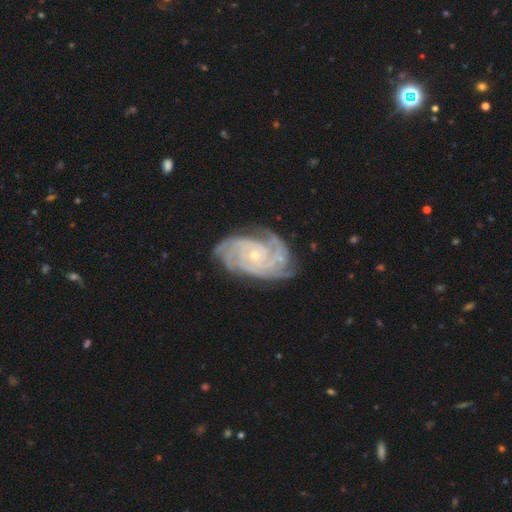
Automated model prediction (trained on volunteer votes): Smooth or featured?
  - featured or disk: 91% *
  - star or artifact: 5%
  - smooth: 4%
Edge-on disk?
  - no: 97% *
  - yes: 3%
Bar?
  - no: 75% *
  - weak: 19%
  - strong: 6%
Spiral arms?
  - yes: 98% *
  - no: 2%
Spiral winding?
  - tight: 76% *
  - medium: 21%
  - loose: 3%
Spiral arm count?
  - 4: 29% *
  - 3: 24%
  - can't tell: 17%
  - 2: 12%
  - more than 4: 10%
  - 1: 7%
Bulge size?
  - small: 75% *
  - moderate: 22%
  - none: 1%
  - large: 1%
  - dominant: 1%
Merging?
  - none: 74% *
  - minor disturbance: 19%
  - major disturbance: 6%
  - merger: 2%